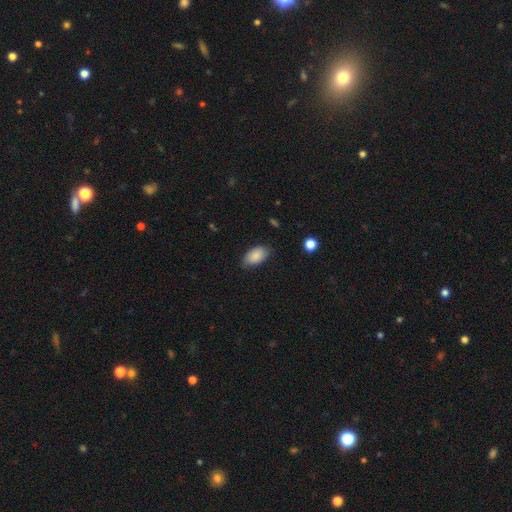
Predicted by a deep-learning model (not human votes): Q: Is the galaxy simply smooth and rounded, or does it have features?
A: smooth — 86%.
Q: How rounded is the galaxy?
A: in between — 94%.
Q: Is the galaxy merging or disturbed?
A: none — 77%.